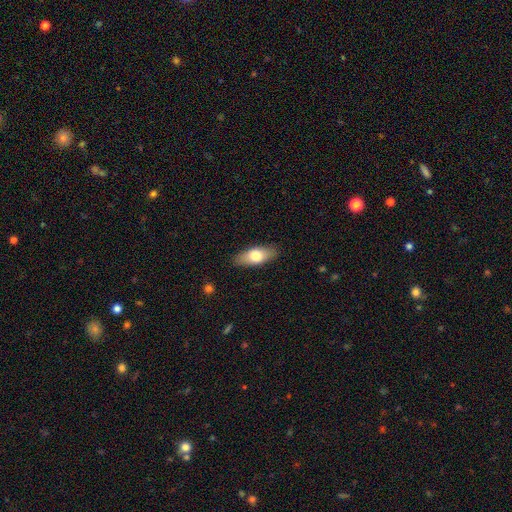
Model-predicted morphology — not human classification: A smooth galaxy with no disk features (70%) that is in between round and cigar-shaped (80%).

Vote fractions:
- Smooth or featured? smooth: 70% / featured or disk: 23% / star or artifact: 6%
- How rounded? in between: 80% / cigar-shaped: 17% / round: 3%
- Merging? none: 87% / minor disturbance: 10% / major disturbance: 2% / merger: 1%